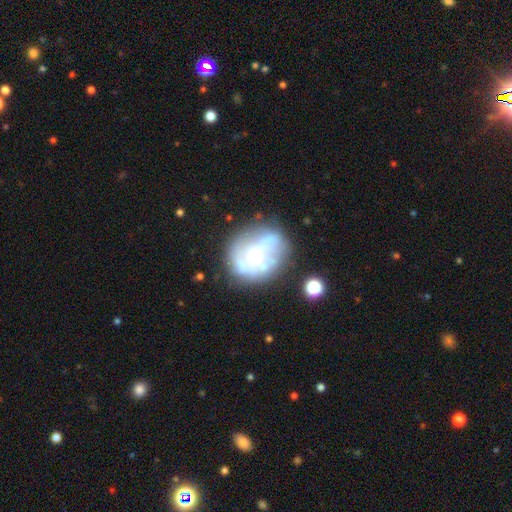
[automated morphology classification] This is likely a featured or disk galaxy (63%). It is clearly not viewed edge-on (97%). Bar: likely no (76%). Spiral arm pattern: likely no (68%). Central bulge: marginally small (43%). Merging: possibly none (53%).